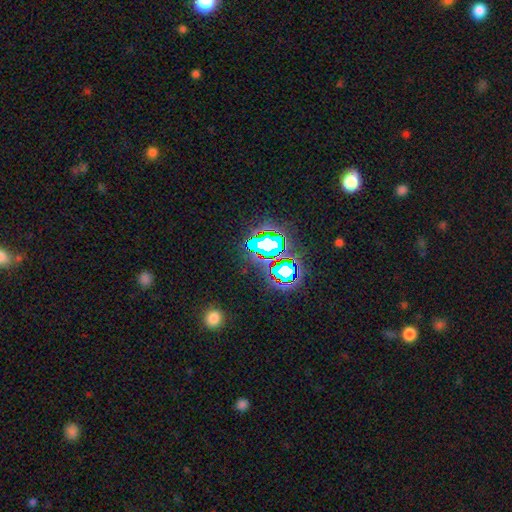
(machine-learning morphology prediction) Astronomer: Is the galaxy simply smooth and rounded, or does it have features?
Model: star or artifact — 78%.